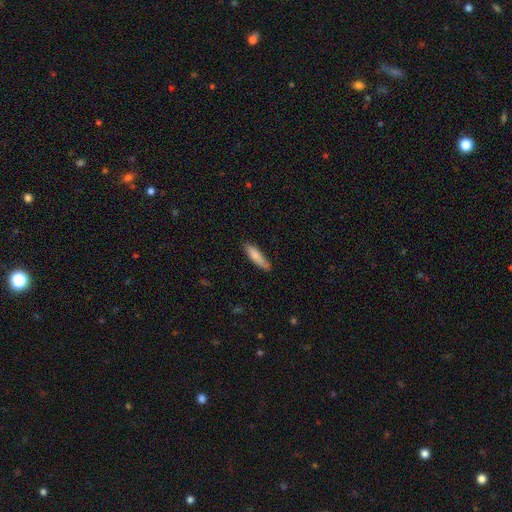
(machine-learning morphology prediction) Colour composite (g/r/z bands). It shows a smooth galaxy with no disk features (81%) that is cigar-shaped (70%). Merging: none (77%).